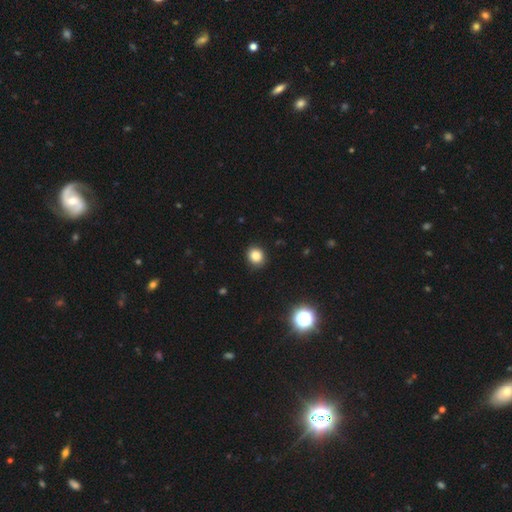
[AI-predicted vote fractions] Overall: smooth (83%). How rounded: round (73%). Merging: none (89%).